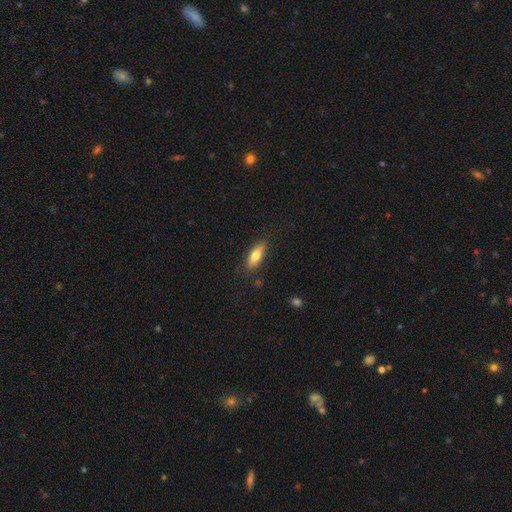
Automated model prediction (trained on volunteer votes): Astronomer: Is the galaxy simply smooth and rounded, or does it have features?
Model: smooth — 69%.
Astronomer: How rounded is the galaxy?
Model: in between — 59% (runner-up: cigar-shaped, 38%).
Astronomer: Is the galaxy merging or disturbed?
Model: none — 83%.